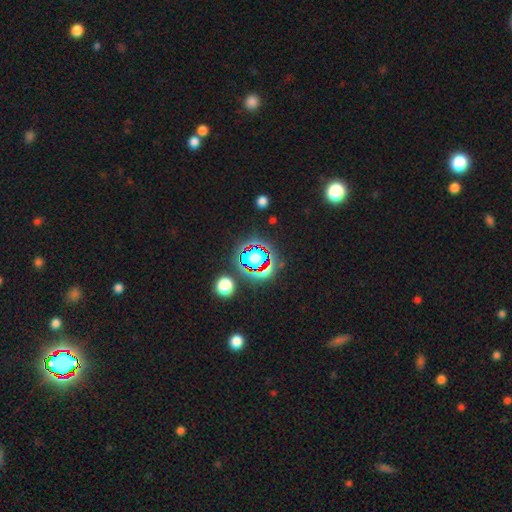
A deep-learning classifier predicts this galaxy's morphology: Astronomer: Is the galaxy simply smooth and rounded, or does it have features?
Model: star or artifact — 64%.